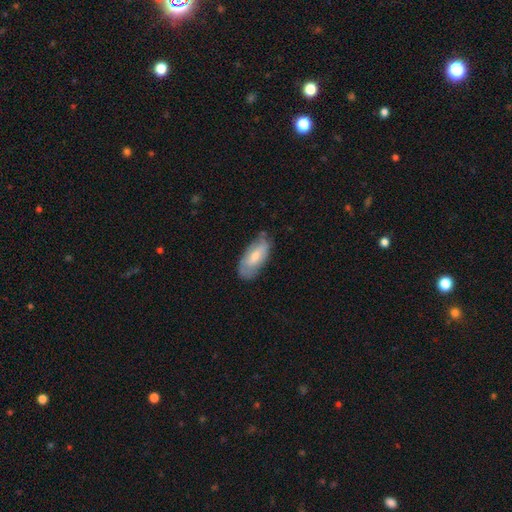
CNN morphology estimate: A smooth galaxy with no disk features (56%) that is in between round and cigar-shaped (87%). Merging: none (66%).